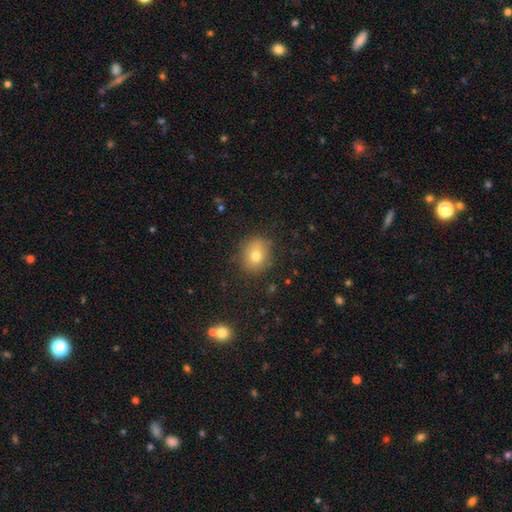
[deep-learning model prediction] Smooth or featured? smooth (75%)
How rounded? round (71%)
Merging? none (85%)